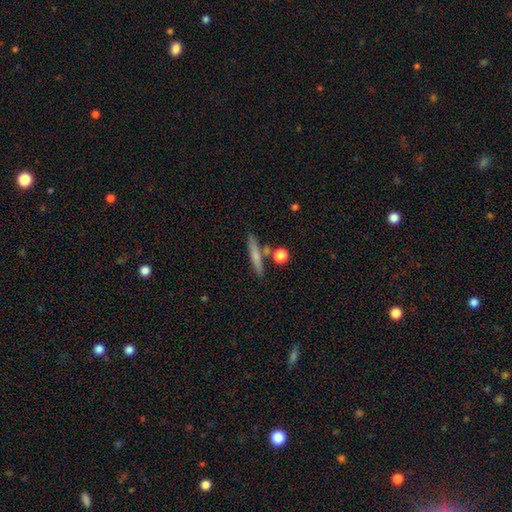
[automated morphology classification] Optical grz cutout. It shows a smooth galaxy with no disk features (64%) that is cigar-shaped (86%). Merging: none (74%).